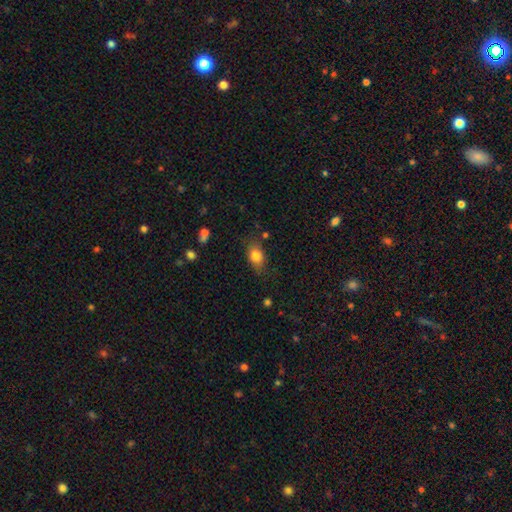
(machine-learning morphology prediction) This is clearly a smooth galaxy (81%). How rounded: likely in between (79%). Merging: likely none (77%).